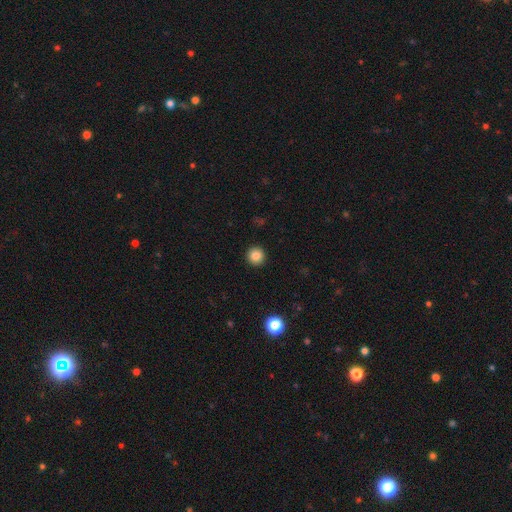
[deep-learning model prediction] Overall: smooth (84%). How rounded: round (96%). Merging: none (94%).